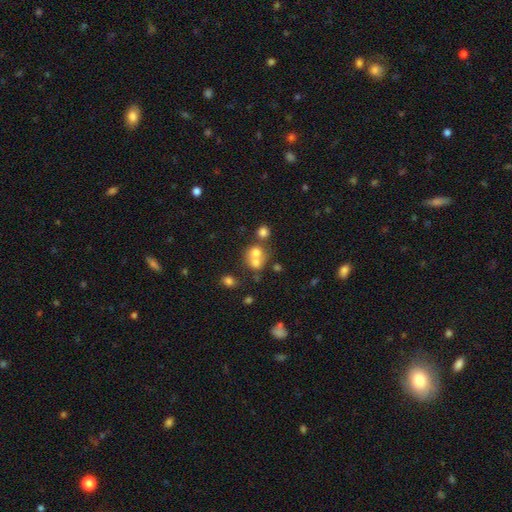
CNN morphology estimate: smooth 67%, featured or disk 20%, star or artifact 14%. Down the decision tree: how rounded — round (77%); merging — merger (57%).